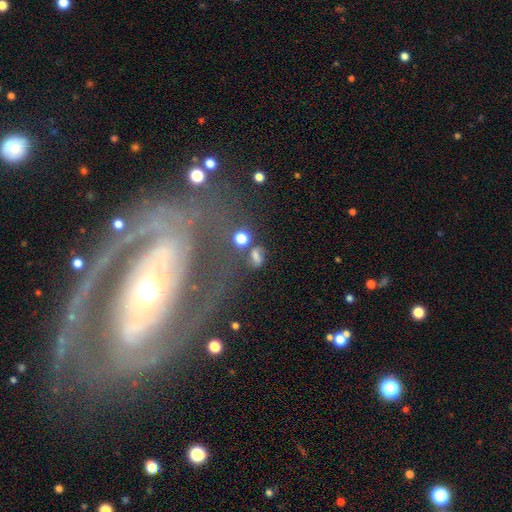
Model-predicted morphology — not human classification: smooth_or_featured: smooth (p=0.57) [alt: star or artifact p=0.22]
how_rounded: in between (p=0.65) [alt: round p=0.29]
merging: none (p=0.62) [alt: minor disturbance p=0.17]